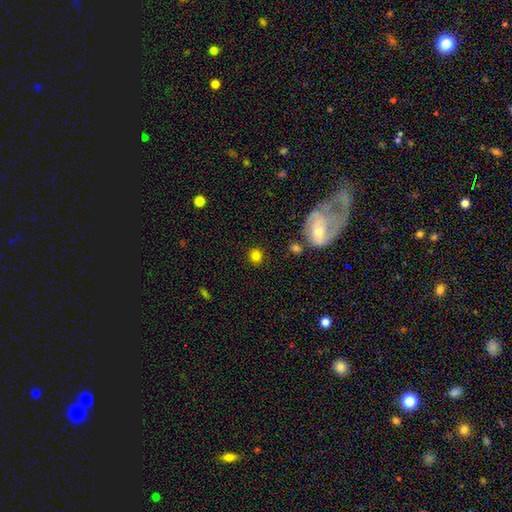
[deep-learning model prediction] Smooth or featured? smooth (81%)
How rounded? round (83%)
Merging? none (85%)